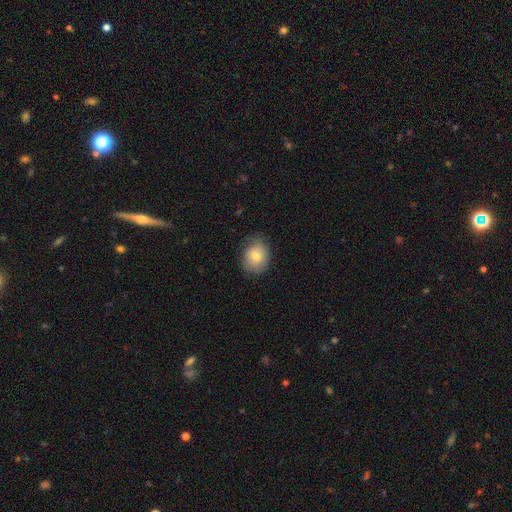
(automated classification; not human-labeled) This is likely a smooth galaxy (73%). How rounded: likely round (62%). Merging: likely none (73%).